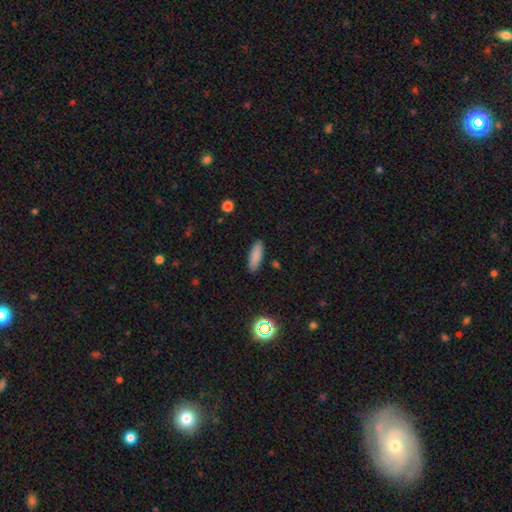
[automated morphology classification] Smooth or featured? Predicted: smooth (p=0.86). How rounded? Predicted: in between (p=0.55). Merging? Predicted: none (p=0.89).